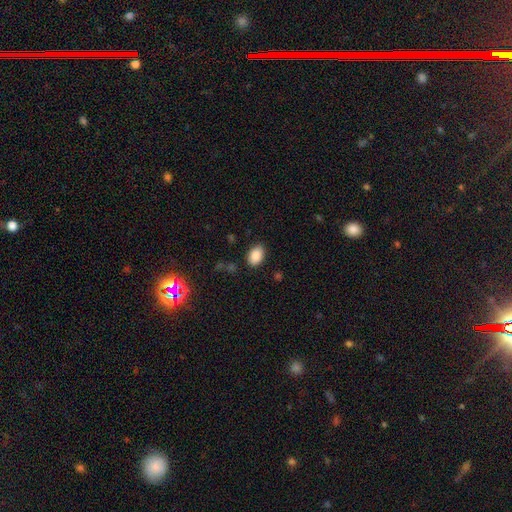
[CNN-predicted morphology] Q: Smooth or featured?
A: smooth (87%); runner-up: star or artifact (8%)
Q: How rounded?
A: in between (86%); runner-up: round (13%)
Q: Merging?
A: none (86%); runner-up: minor disturbance (10%)